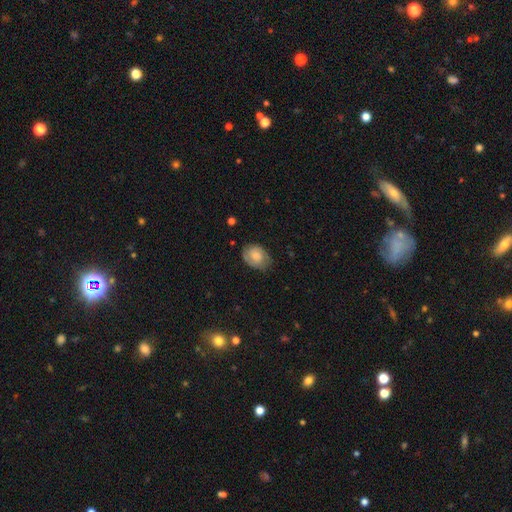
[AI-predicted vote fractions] Morphology: type=smooth (61%); roundness=in between (67%); merging=none (69%).